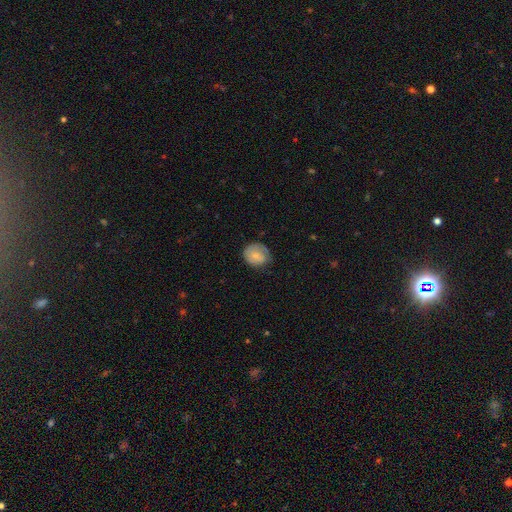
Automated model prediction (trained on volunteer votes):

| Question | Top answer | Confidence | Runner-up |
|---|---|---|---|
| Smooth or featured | smooth | 74% | featured or disk (19%) |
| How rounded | round | 72% | in between (27%) |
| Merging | none | 63% | minor disturbance (28%) |